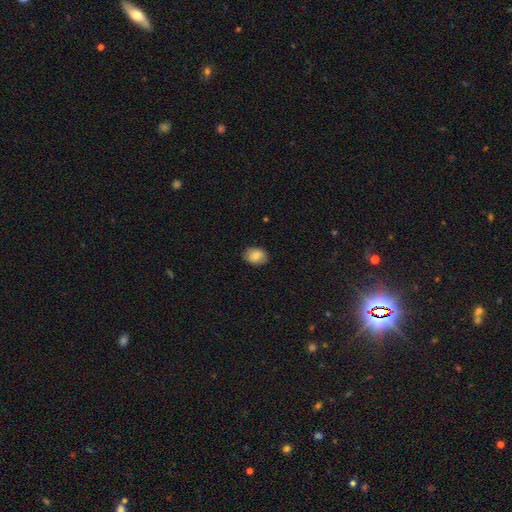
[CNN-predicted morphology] smooth-or-featured: smooth: 84% | featured or disk: 8% | star or artifact: 8%
  how-rounded: in between: 71% | round: 28% | cigar-shaped: 1%
  merging: none: 84% | minor disturbance: 13% | major disturbance: 2% | merger: 1%